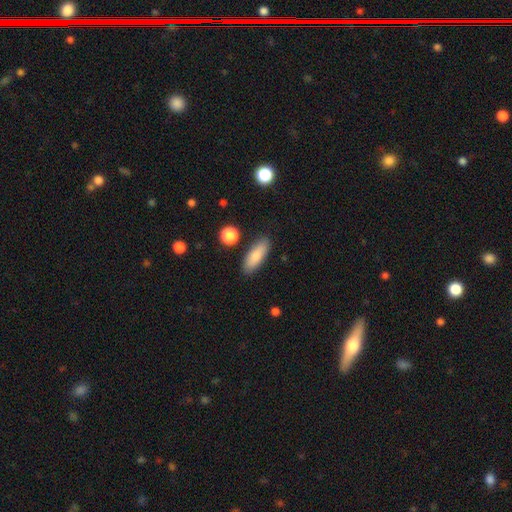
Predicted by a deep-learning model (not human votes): Overall: smooth (83%). How rounded: in between (64%; cigar-shaped 33%). Merging: none (86%).